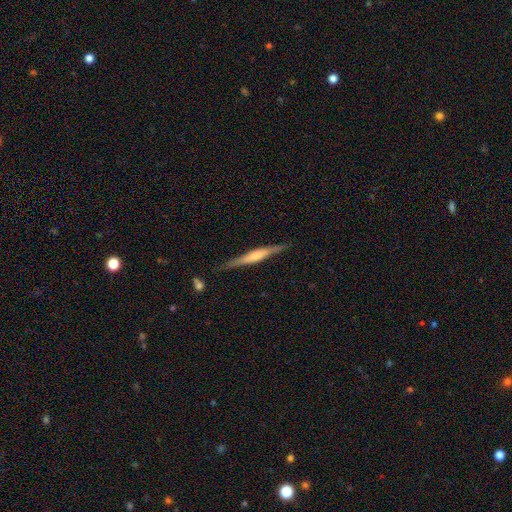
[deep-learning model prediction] smooth_or_featured: featured or disk (p=0.64) [alt: smooth p=0.30]
disk_edge_on: yes (p=0.97) [alt: no p=0.03]
edge_on_bulge: rounded (p=0.58) [alt: boxy p=0.22]
merging: none (p=0.86) [alt: minor disturbance p=0.10]